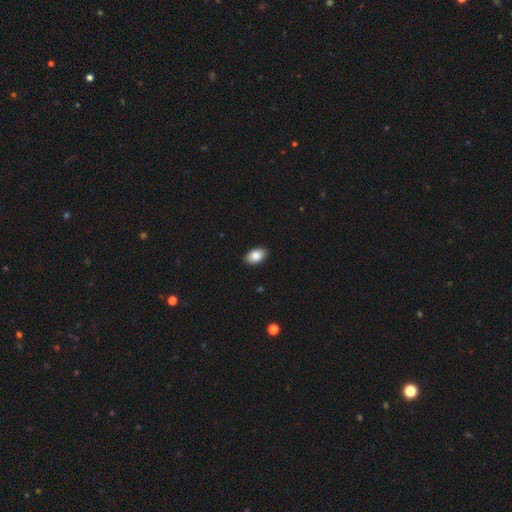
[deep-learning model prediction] Smooth or featured?
  - smooth: 88% *
  - star or artifact: 7%
  - featured or disk: 5%
How rounded?
  - in between: 93% *
  - round: 6%
  - cigar-shaped: 1%
Merging?
  - none: 89% *
  - minor disturbance: 8%
  - major disturbance: 2%
  - merger: 1%